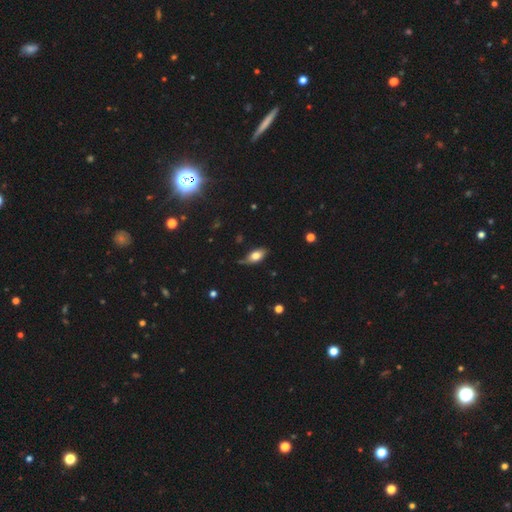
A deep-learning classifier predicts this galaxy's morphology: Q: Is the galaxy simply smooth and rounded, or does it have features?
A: smooth — 71%.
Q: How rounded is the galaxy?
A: in between — 87%.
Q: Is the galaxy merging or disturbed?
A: none — 65%.